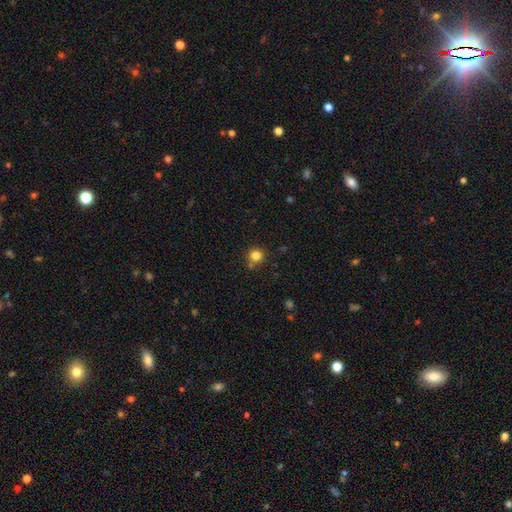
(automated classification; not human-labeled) smooth-or-featured: smooth: 82% | star or artifact: 13% | featured or disk: 5%
  how-rounded: round: 93% | in between: 6% | cigar-shaped: 1%
  merging: none: 78% | minor disturbance: 10% | merger: 9% | major disturbance: 3%